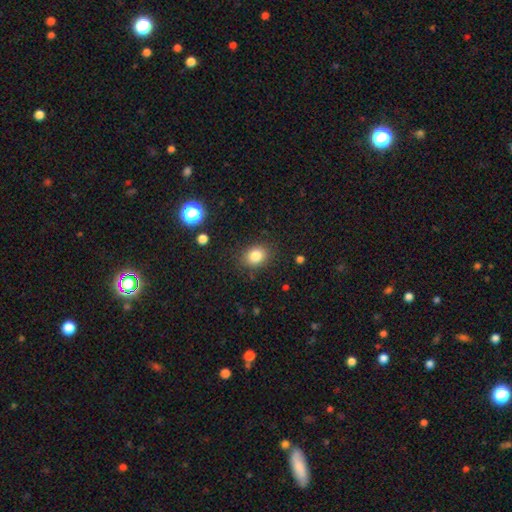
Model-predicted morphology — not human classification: type=smooth (83%); roundness=round (51%); merging=none (85%).